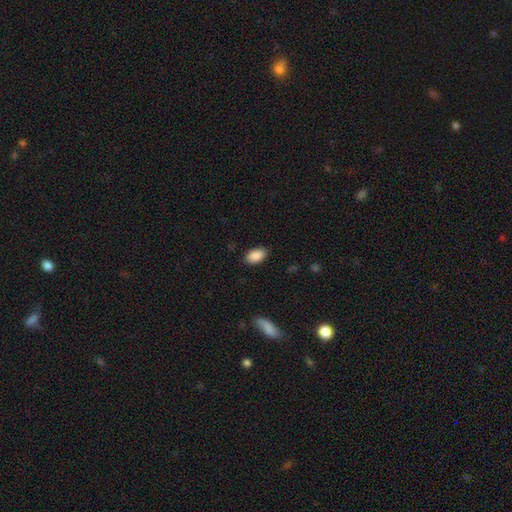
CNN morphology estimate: Overall: smooth (88%). How rounded: in between (92%). Merging: none (86%).